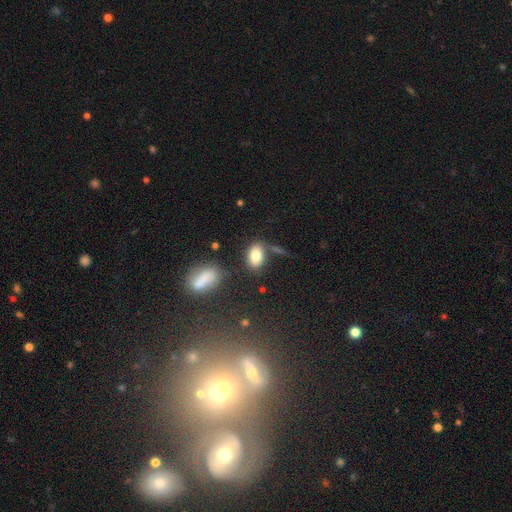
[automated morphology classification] Smooth or featured? smooth (82%)
How rounded? in between (87%)
Merging? none (65%)